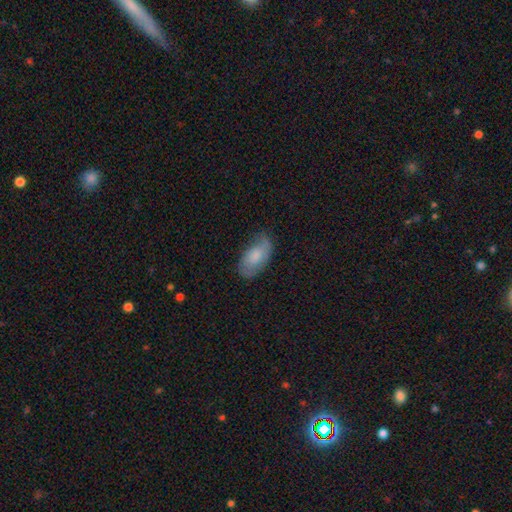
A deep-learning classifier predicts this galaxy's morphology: Smooth or featured? Predicted: smooth (p=0.68). How rounded? Predicted: in between (p=0.94). Merging? Predicted: none (p=0.66).